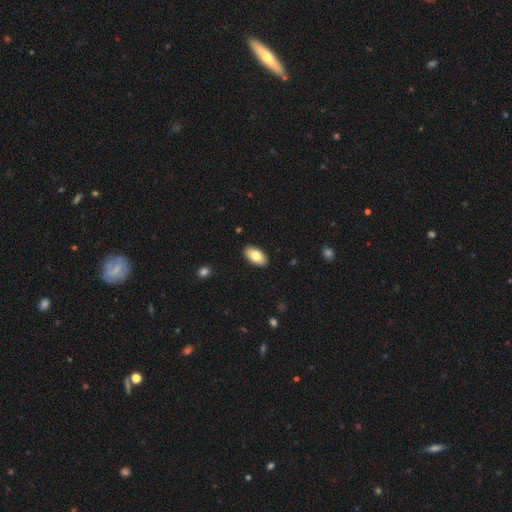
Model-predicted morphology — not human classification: This appears to be a smooth galaxy with no disk features (80%) that is in between round and cigar-shaped (94%). Merging: none (89%).